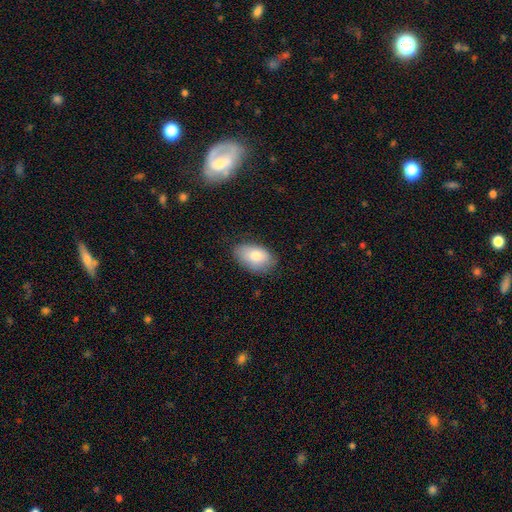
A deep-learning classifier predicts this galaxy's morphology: smooth-or-featured: smooth: 80% | featured or disk: 13% | star or artifact: 7%
  how-rounded: in between: 92% | round: 7% | cigar-shaped: 1%
  merging: none: 76% | minor disturbance: 19% | major disturbance: 4% | merger: 1%